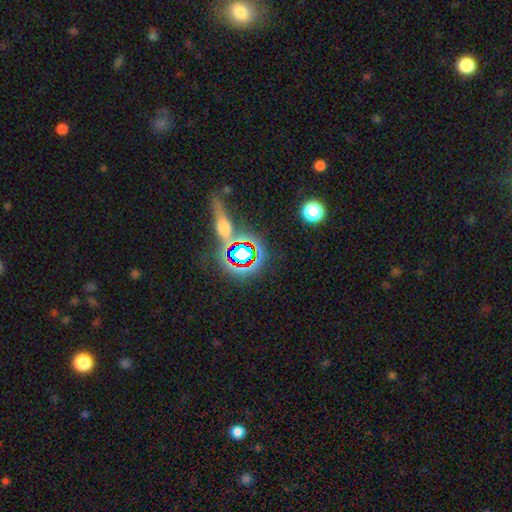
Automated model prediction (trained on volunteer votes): smooth-or-featured: star or artifact: 60% | featured or disk: 20% | smooth: 20%